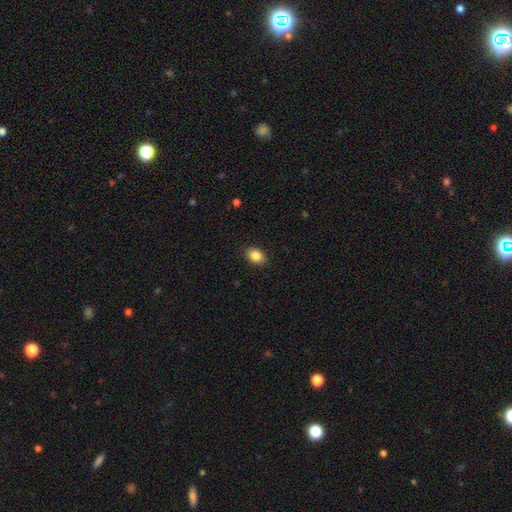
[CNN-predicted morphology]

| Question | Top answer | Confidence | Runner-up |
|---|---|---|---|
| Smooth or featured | smooth | 85% | star or artifact (9%) |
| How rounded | in between | 74% | round (25%) |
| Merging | none | 89% | minor disturbance (8%) |